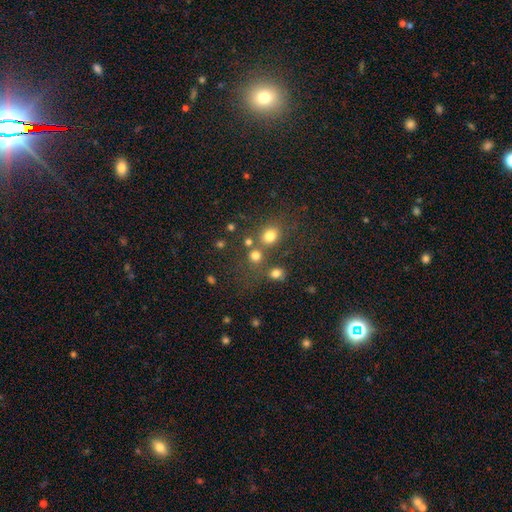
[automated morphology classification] smooth 72%, star or artifact 20%, featured or disk 8%. Down the decision tree: how rounded — round (80%); merging — none (60%).